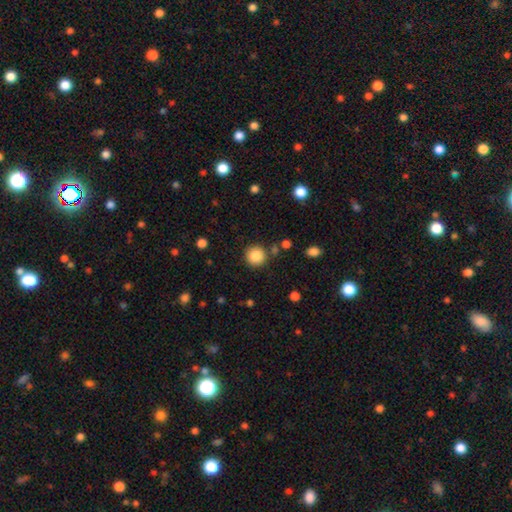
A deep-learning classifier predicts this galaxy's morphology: Smooth or featured? smooth (86%)
How rounded? round (94%)
Merging? none (86%)